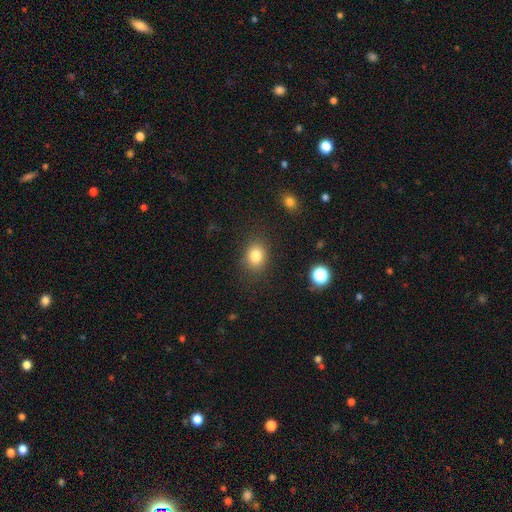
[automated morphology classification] Smooth or featured?
  - smooth: 82% *
  - star or artifact: 11%
  - featured or disk: 7%
How rounded?
  - in between: 50% *
  - round: 49%
  - cigar-shaped: 1%
Merging?
  - none: 83% *
  - minor disturbance: 12%
  - major disturbance: 4%
  - merger: 2%